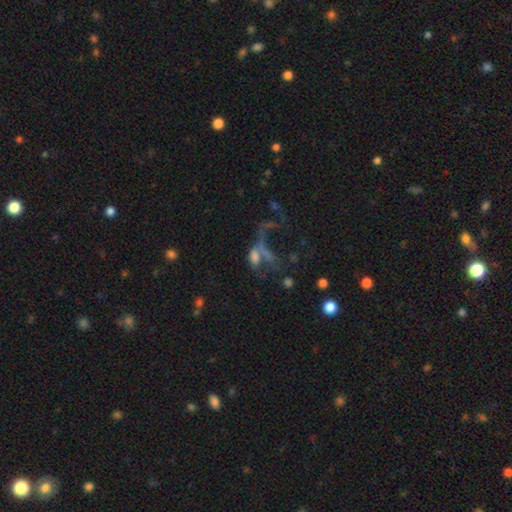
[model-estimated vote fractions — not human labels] smooth-or-featured: smooth: 40% | featured or disk: 34% | star or artifact: 26%
  merging: merger: 34% | major disturbance: 32% | none: 23% | minor disturbance: 11%